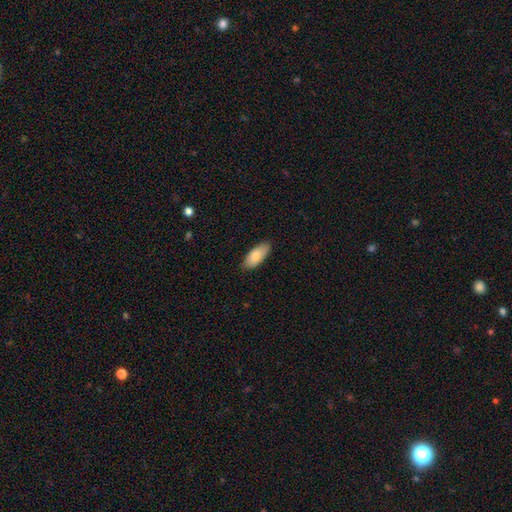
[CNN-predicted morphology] Q: Smooth or featured?
A: smooth (82%); runner-up: featured or disk (12%)
Q: How rounded?
A: in between (88%); runner-up: cigar-shaped (11%)
Q: Merging?
A: none (84%); runner-up: minor disturbance (13%)